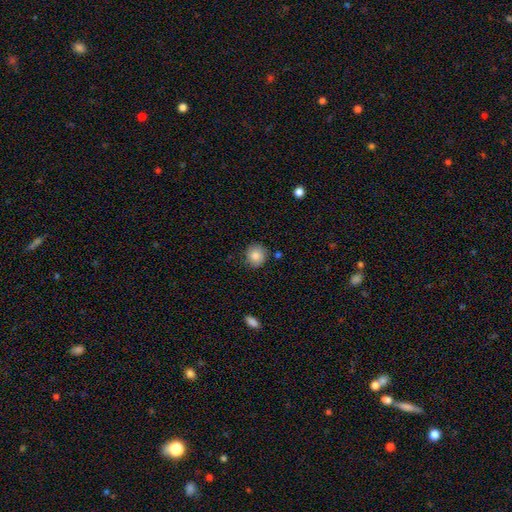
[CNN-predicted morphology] This is clearly a smooth galaxy (84%). How rounded: clearly round (90%). Merging: clearly none (84%).